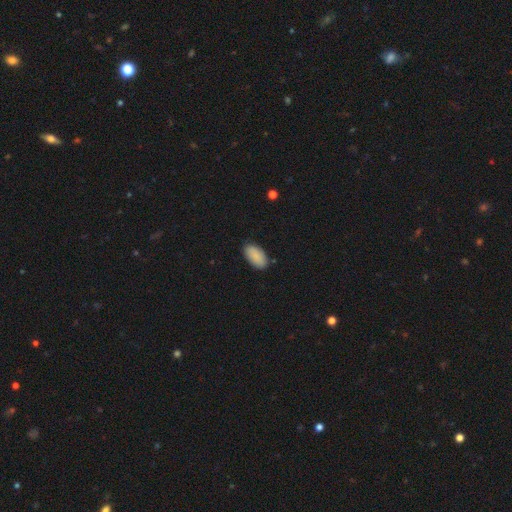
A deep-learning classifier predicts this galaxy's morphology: This appears to be a smooth galaxy with no disk features (89%) that is in between round and cigar-shaped (95%). Merging: none (86%).